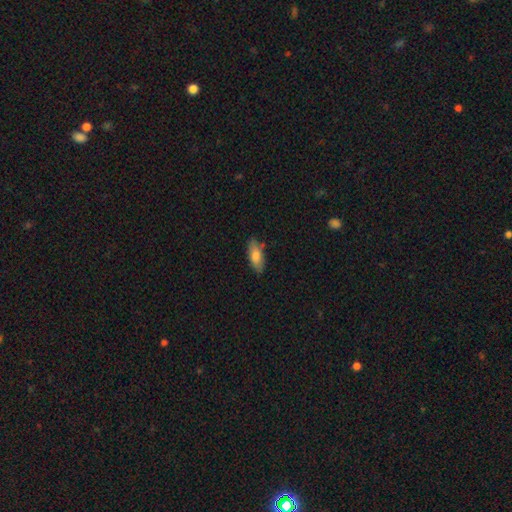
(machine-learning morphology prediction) This appears to be a smooth galaxy with no disk features (76%) that is in between round and cigar-shaped (78%). Merging: none (81%).